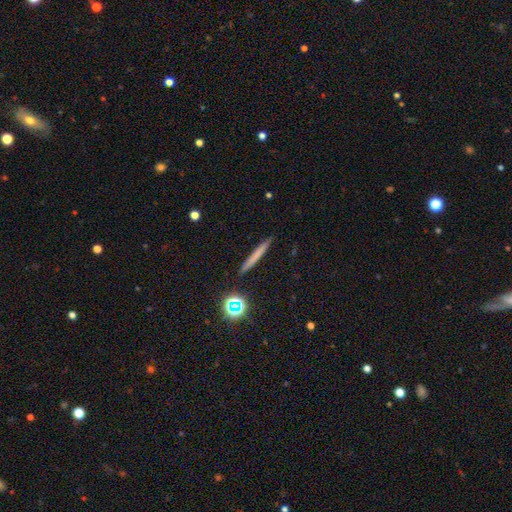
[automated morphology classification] A smooth galaxy with no disk features (62%) that is cigar-shaped (95%).

Vote fractions:
- Smooth or featured? smooth: 62% / featured or disk: 27% / star or artifact: 11%
- How rounded? cigar-shaped: 95% / in between: 2% / round: 2%
- Merging? none: 91% / minor disturbance: 6% / major disturbance: 1% / merger: 1%